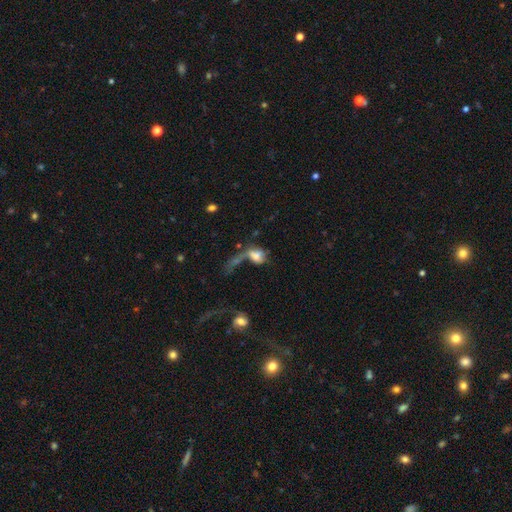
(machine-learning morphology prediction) smooth_or_featured: smooth (p=0.54) [alt: featured or disk p=0.35]
how_rounded: in between (p=0.70) [alt: round p=0.27]
merging: major disturbance (p=0.41) [alt: merger p=0.34]